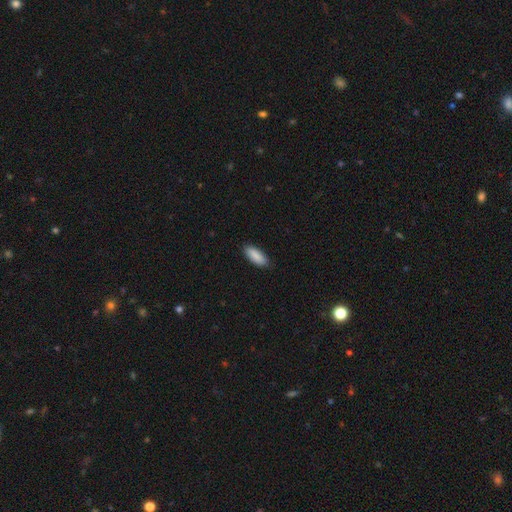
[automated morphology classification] Smooth or featured: smooth — 90% (star or artifact — 6%)
How rounded: in between — 77% (cigar-shaped — 21%)
Merging: none — 87% (minor disturbance — 10%)